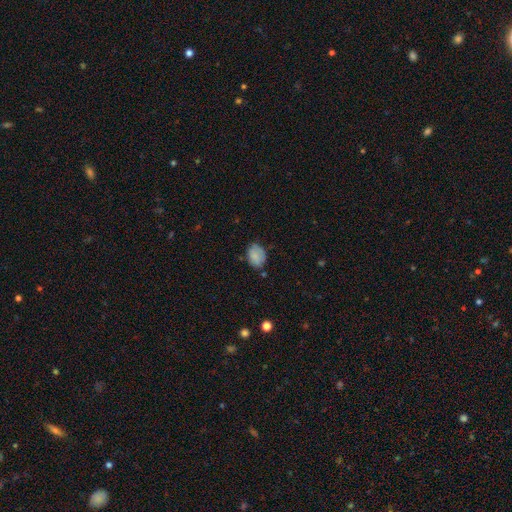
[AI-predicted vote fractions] A smooth galaxy with no disk features (77%) that is in between round and cigar-shaped (74%).

Vote fractions:
- Smooth or featured? smooth: 77% / featured or disk: 14% / star or artifact: 8%
- How rounded? in between: 74% / round: 25% / cigar-shaped: 1%
- Merging? none: 63% / minor disturbance: 27% / major disturbance: 7% / merger: 4%